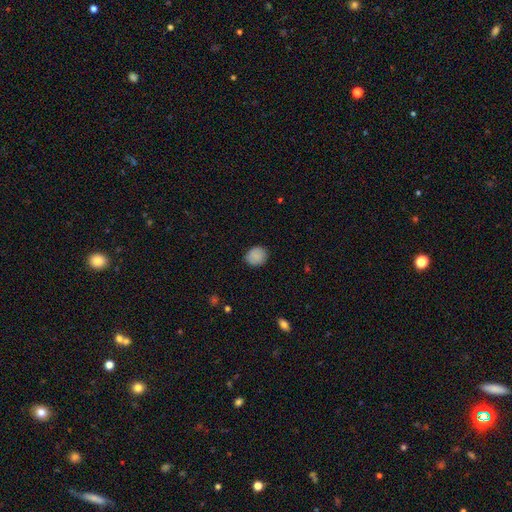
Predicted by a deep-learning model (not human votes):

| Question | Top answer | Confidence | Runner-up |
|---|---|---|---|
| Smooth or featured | smooth | 87% | star or artifact (8%) |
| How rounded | round | 73% | in between (26%) |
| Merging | none | 83% | minor disturbance (14%) |